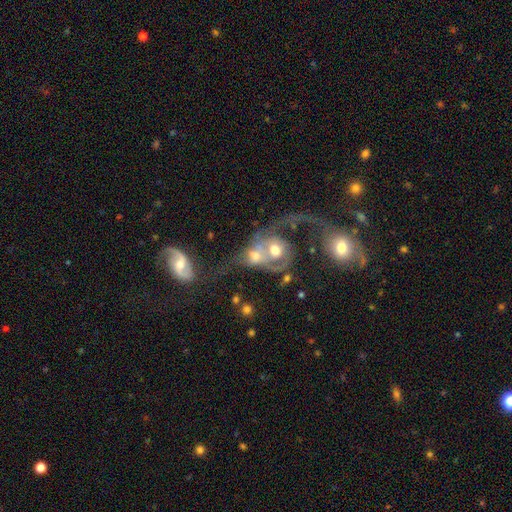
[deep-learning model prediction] smooth-or-featured: featured or disk: 62% | smooth: 28% | star or artifact: 10%
  disk-edge-on: no: 95% | yes: 5%
    bar: no: 74% | weak: 20% | strong: 6%
    has-spiral-arms: yes: 69% | no: 31%
    bulge-size: moderate: 58% | large: 20% | small: 14% | none: 4% | dominant: 3%
  merging: merger: 76% | major disturbance: 12% | none: 8% | minor disturbance: 4%